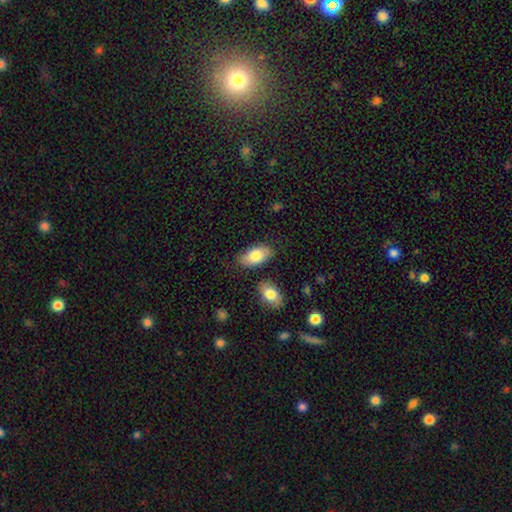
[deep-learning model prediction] This is clearly a smooth galaxy (82%). How rounded: clearly in between (94%). Merging: likely none (76%).